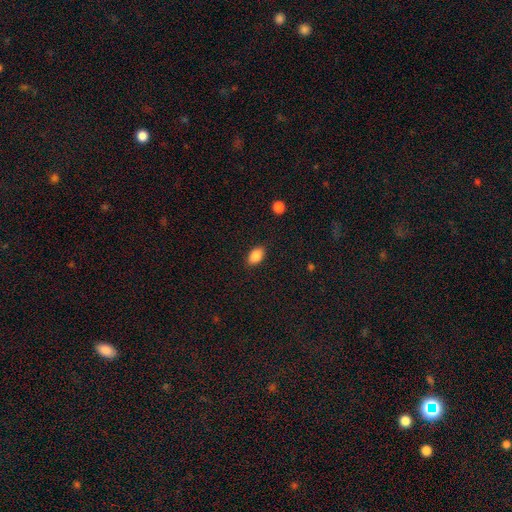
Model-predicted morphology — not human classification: Overall: smooth (86%). How rounded: in between (89%). Merging: none (87%).